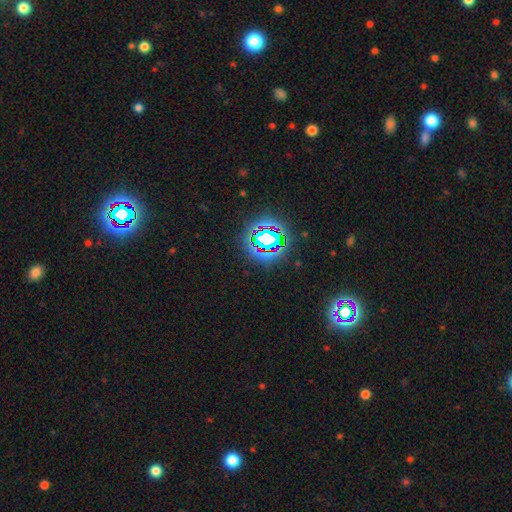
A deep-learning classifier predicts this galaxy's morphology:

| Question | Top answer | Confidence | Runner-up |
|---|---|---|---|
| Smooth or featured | star or artifact | 79% | smooth (13%) |